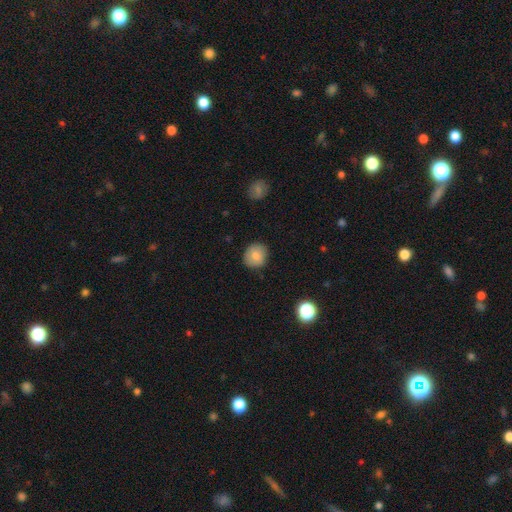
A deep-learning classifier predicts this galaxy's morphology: Overall: smooth (81%). How rounded: round (82%). Merging: none (86%).